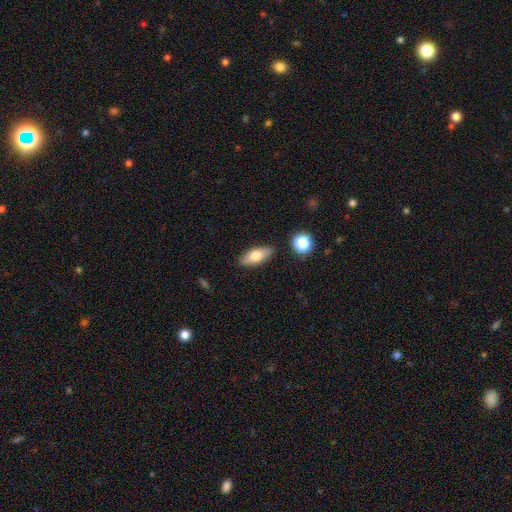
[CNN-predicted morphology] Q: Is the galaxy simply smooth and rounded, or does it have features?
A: smooth — 73%.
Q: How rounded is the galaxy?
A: in between — 82%.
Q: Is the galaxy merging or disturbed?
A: none — 85%.